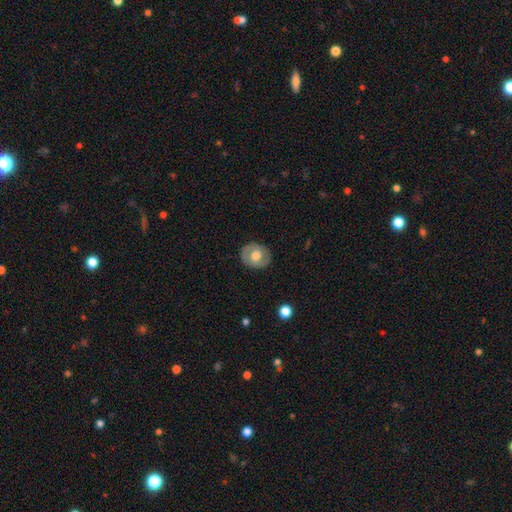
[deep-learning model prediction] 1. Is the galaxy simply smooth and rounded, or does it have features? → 48% smooth, 46% featured or disk, 6% star or artifact.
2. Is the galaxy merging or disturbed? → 84% none, 11% minor disturbance, 3% major disturbance, 1% merger.